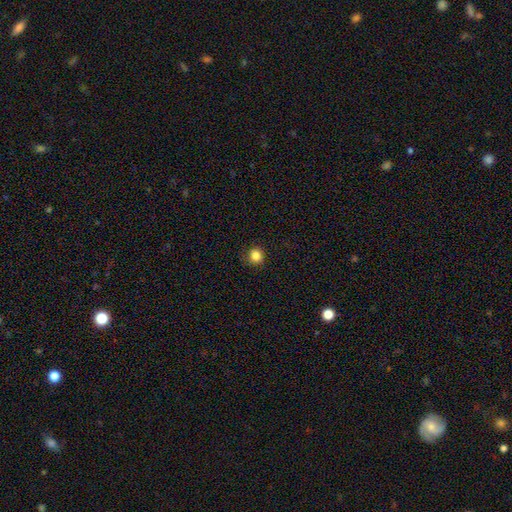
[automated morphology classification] smooth 84%, star or artifact 12%, featured or disk 4%. Down the decision tree: how rounded — round (91%); merging — none (88%).